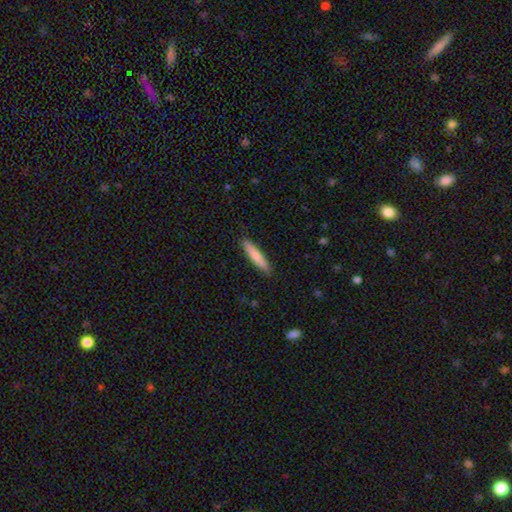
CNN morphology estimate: Overall: smooth (77%). How rounded: cigar-shaped (90%). Merging: none (89%).